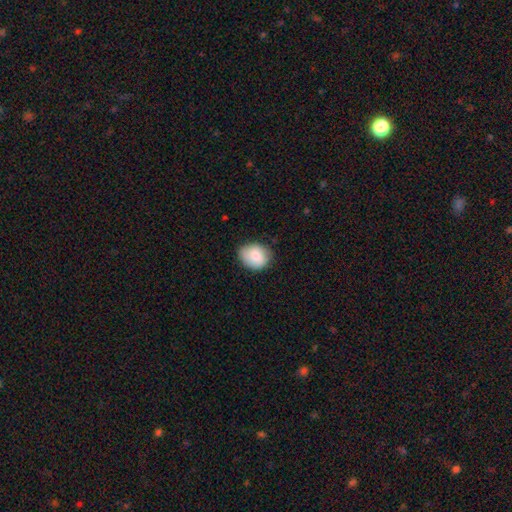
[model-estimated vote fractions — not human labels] Q: Smooth or featured?
A: smooth (82%); runner-up: featured or disk (11%)
Q: How rounded?
A: round (52%); runner-up: in between (47%)
Q: Merging?
A: none (73%); runner-up: minor disturbance (22%)